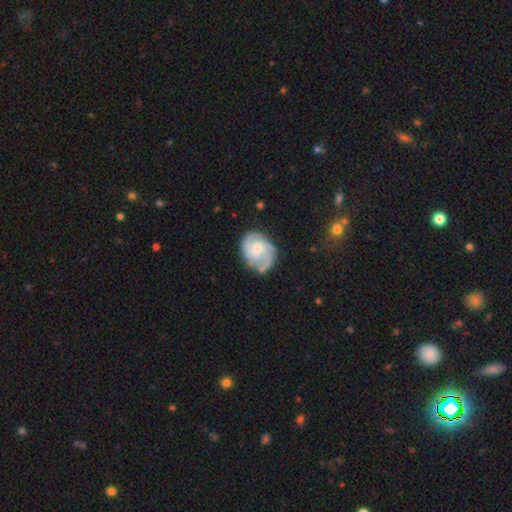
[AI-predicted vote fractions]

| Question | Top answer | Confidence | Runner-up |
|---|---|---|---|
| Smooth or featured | featured or disk | 77% | smooth (18%) |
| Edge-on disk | no | 98% | yes (2%) |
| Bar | no | 58% | weak (36%) |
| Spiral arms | yes | 94% | no (6%) |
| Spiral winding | medium | 45% | tight (40%) |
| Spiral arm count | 2 | 51% | 3 (23%) |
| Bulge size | small | 45% | tied: moderate (45%) |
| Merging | none | 64% | minor disturbance (24%) |